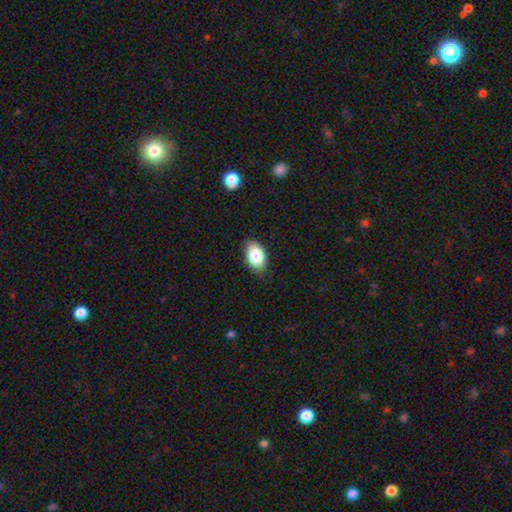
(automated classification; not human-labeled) A smooth galaxy with no disk features (84%) that is in between round and cigar-shaped (91%).

Vote fractions:
- Smooth or featured? smooth: 84% / featured or disk: 8% / star or artifact: 7%
- How rounded? in between: 91% / round: 8% / cigar-shaped: 1%
- Merging? none: 82% / minor disturbance: 15% / major disturbance: 2% / merger: 1%